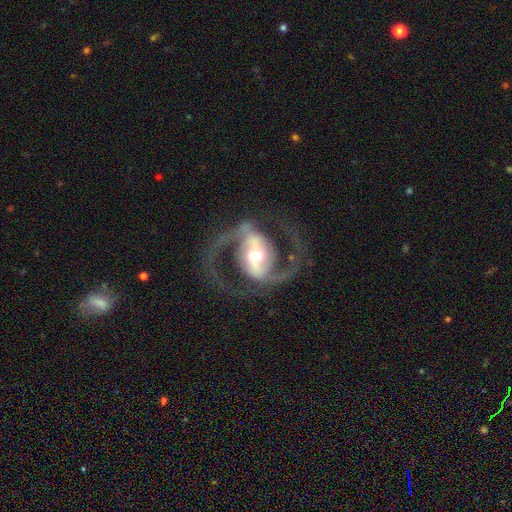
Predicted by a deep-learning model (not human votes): Smooth or featured? featured or disk (91%)
Edge-on disk? no (97%)
Bar? strong (57%)
Spiral arms? yes (96%)
Spiral winding? medium (64%)
Spiral arm count? 2 (94%)
Bulge size? moderate (62%)
Merging? none (77%)